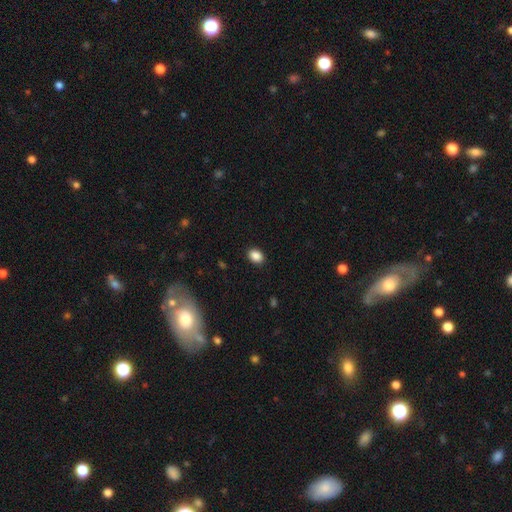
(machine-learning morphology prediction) A smooth galaxy with no disk features (88%) that is in between round and cigar-shaped (71%). Merging: none (90%).